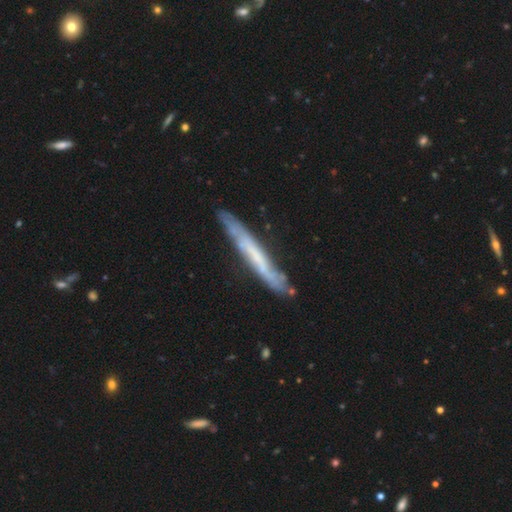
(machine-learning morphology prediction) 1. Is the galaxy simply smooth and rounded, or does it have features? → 62% featured or disk, 32% smooth, 7% star or artifact.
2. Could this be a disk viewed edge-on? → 80% yes, 20% no.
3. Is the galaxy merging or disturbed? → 75% none, 18% minor disturbance, 4% major disturbance, 3% merger.